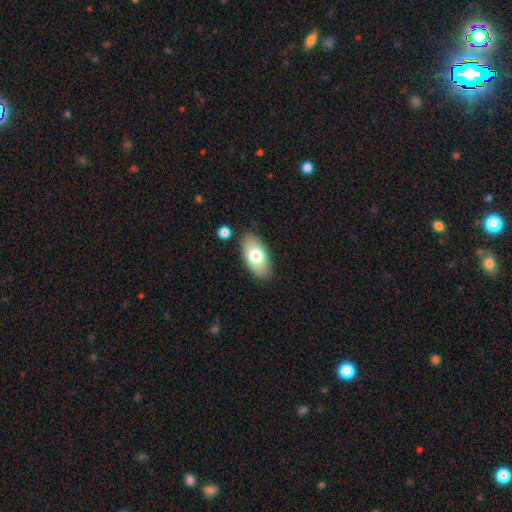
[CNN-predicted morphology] The model was most divided on "smooth or featured": smooth: 73%, featured or disk: 21%, star or artifact: 7%. More confident: how rounded — in between (93%); merging — none (84%).